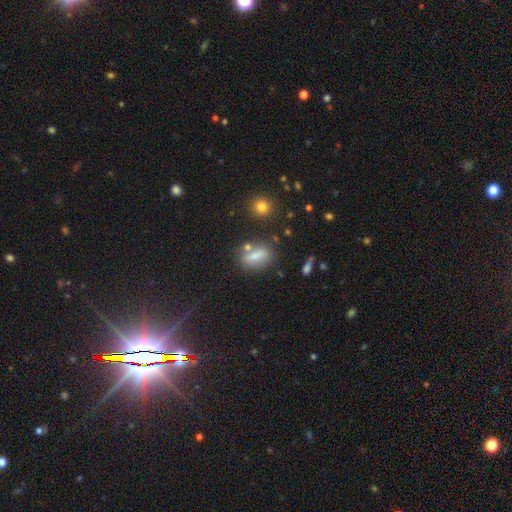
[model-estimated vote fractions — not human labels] Q: Smooth or featured?
A: smooth (71%); runner-up: featured or disk (19%)
Q: How rounded?
A: in between (72%); runner-up: cigar-shaped (17%)
Q: Merging?
A: none (65%); runner-up: minor disturbance (16%)